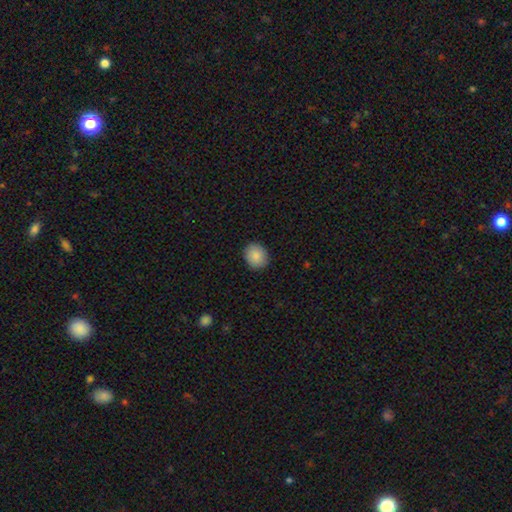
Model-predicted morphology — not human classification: Smooth or featured?
  - smooth: 87% *
  - star or artifact: 8%
  - featured or disk: 5%
How rounded?
  - round: 66% *
  - in between: 33%
  - cigar-shaped: 1%
Merging?
  - none: 90% *
  - minor disturbance: 7%
  - major disturbance: 2%
  - merger: 1%